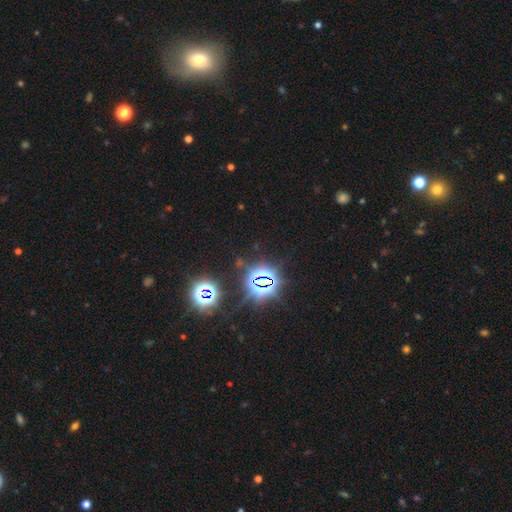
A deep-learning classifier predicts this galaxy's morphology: Smooth or featured? star or artifact (81%)